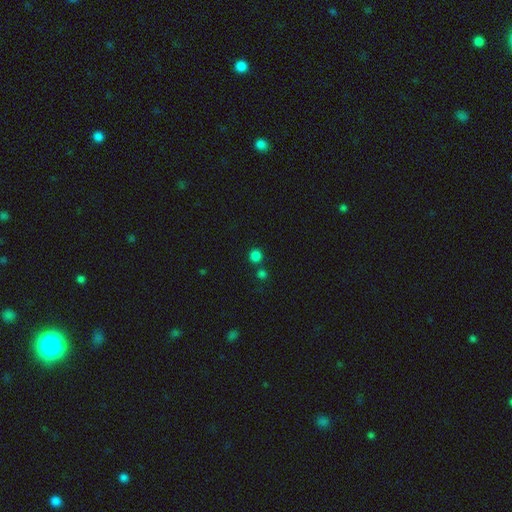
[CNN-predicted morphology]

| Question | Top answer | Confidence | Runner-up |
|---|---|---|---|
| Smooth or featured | smooth | 80% | star or artifact (16%) |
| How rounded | round | 92% | in between (7%) |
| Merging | none | 76% | merger (14%) |